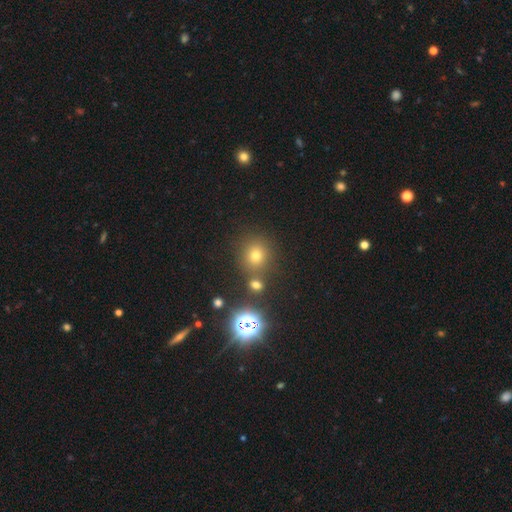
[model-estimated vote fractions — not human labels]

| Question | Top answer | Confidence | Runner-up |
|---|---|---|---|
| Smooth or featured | smooth | 63% | star or artifact (28%) |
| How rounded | round | 84% | in between (14%) |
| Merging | none | 76% | merger (12%) |